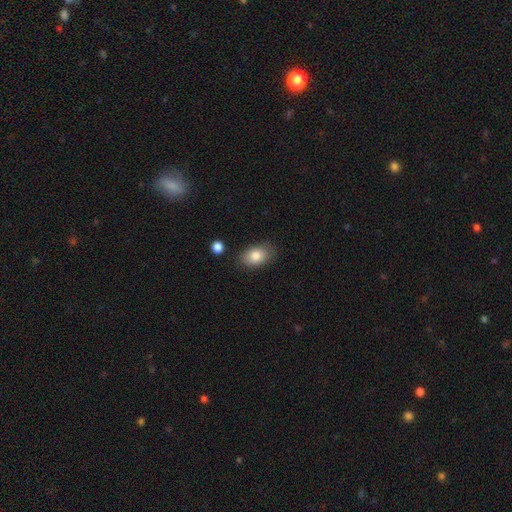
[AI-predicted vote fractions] A smooth galaxy with no disk features (83%) that is in between round and cigar-shaped (86%).

Vote fractions:
- Smooth or featured? smooth: 83% / featured or disk: 9% / star or artifact: 8%
- How rounded? in between: 86% / round: 12% / cigar-shaped: 2%
- Merging? none: 81% / minor disturbance: 13% / major disturbance: 3% / merger: 3%